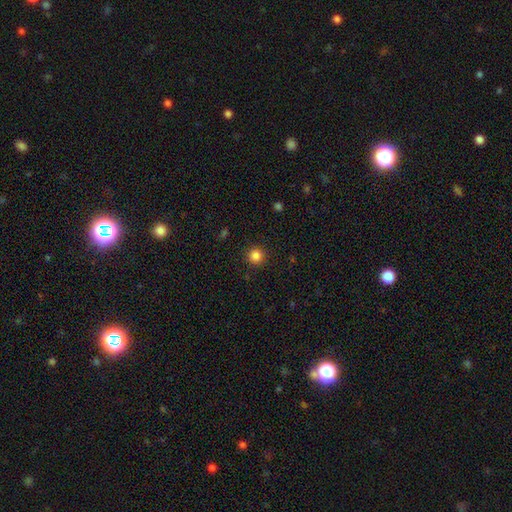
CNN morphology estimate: This appears to be a smooth galaxy with no disk features (84%) that is round (95%). Merging: none (92%).